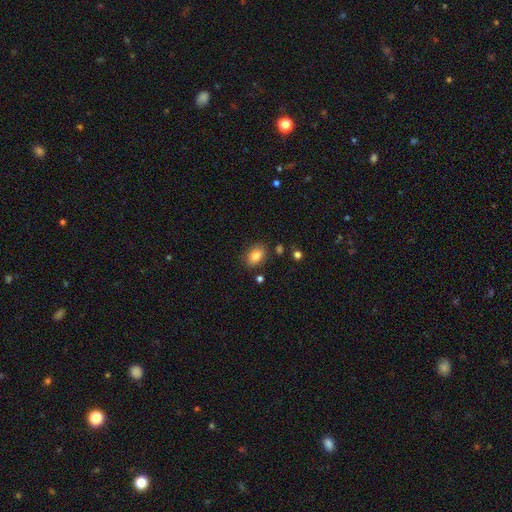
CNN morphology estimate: A smooth galaxy with no disk features (83%) that is in between round and cigar-shaped (82%). Merging: none (81%).